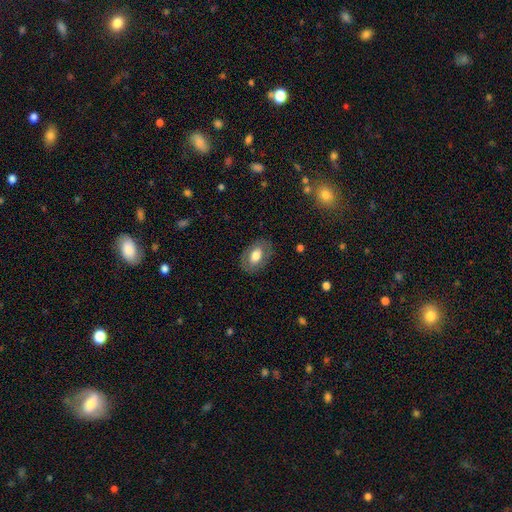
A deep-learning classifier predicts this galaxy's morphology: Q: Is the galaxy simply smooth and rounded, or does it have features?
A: smooth — 68%.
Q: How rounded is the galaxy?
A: in between — 86%.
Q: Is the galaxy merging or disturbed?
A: none — 82%.